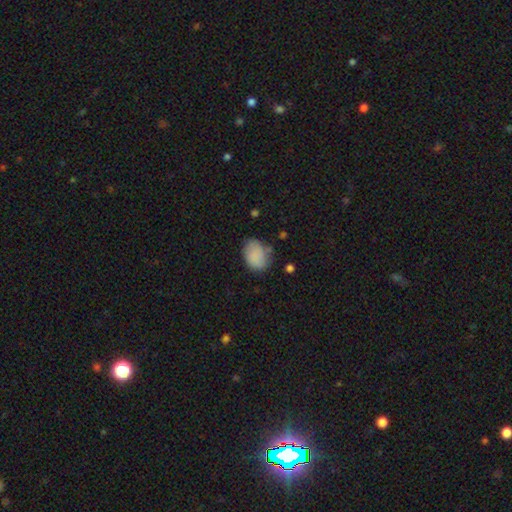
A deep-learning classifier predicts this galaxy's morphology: A smooth galaxy with no disk features (85%) that is in between round and cigar-shaped (70%).

Vote fractions:
- Smooth or featured? smooth: 85% / star or artifact: 8% / featured or disk: 7%
- How rounded? in between: 70% / round: 29% / cigar-shaped: 1%
- Merging? none: 65% / minor disturbance: 25% / major disturbance: 7% / merger: 3%